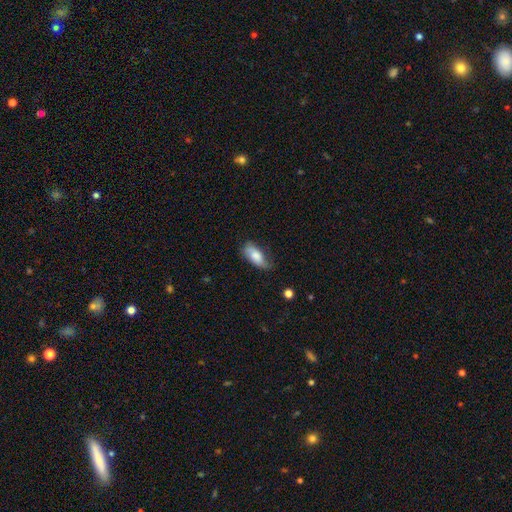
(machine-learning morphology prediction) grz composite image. It shows a smooth galaxy with no disk features (76%) that is in between round and cigar-shaped (84%). Merging: none (57%).